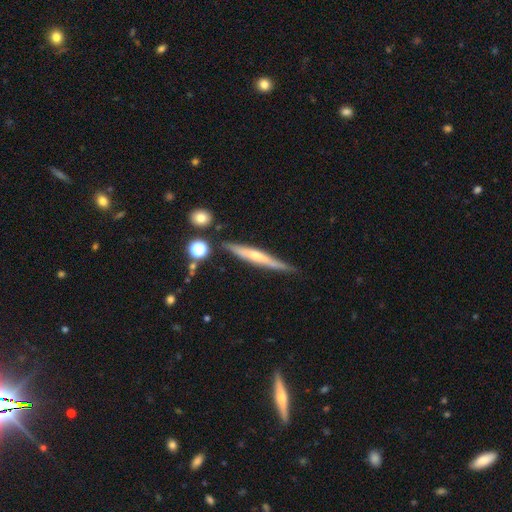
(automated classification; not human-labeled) featured or disk 60%, smooth 33%, star or artifact 7%. Down the decision tree: edge-on disk — yes (94%); edge-on bulge — rounded (50%); merging — none (81%).